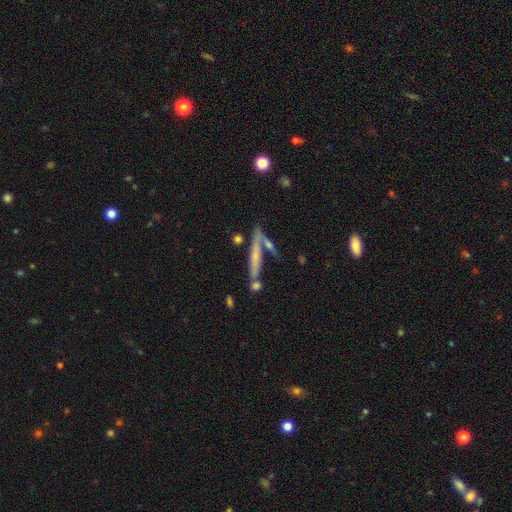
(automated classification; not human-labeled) smooth_or_featured: featured or disk (p=0.51) [alt: smooth p=0.38]
disk_edge_on: yes (p=0.84) [alt: no p=0.16]
merging: none (p=0.58) [alt: merger p=0.20]